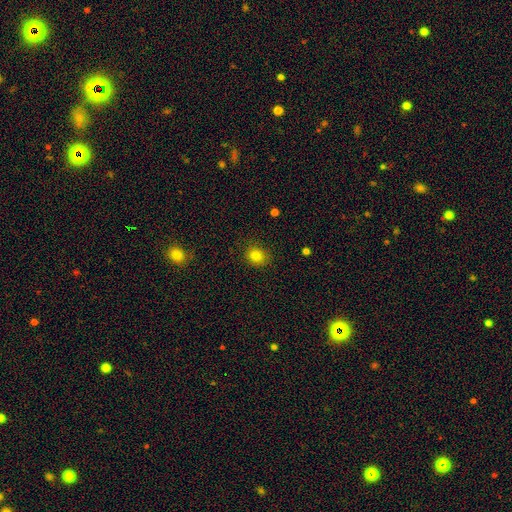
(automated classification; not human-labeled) This is clearly a smooth galaxy (81%). How rounded: likely round (71%). Merging: clearly none (86%).